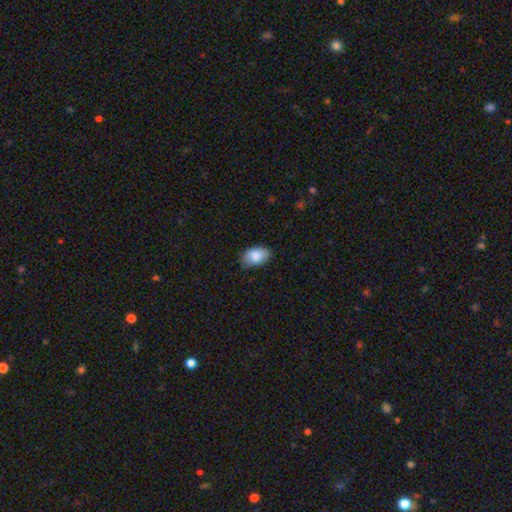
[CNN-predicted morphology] The model was most divided on "merging": none: 75%, minor disturbance: 20%, major disturbance: 3%, merger: 1%. More confident: how rounded — in between (92%); smooth or featured — smooth (86%).